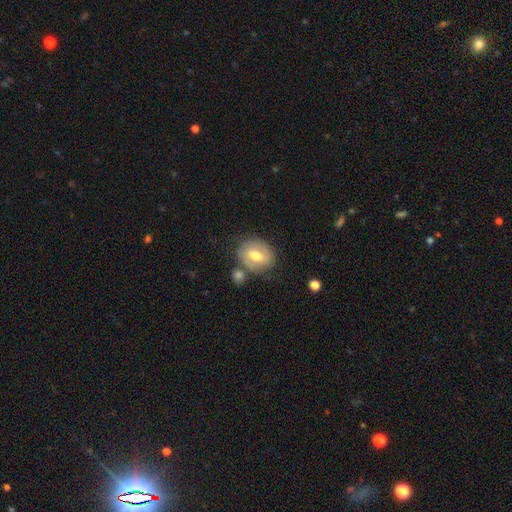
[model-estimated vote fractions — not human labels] Morphology: type=smooth (48%); merging=none (67%).